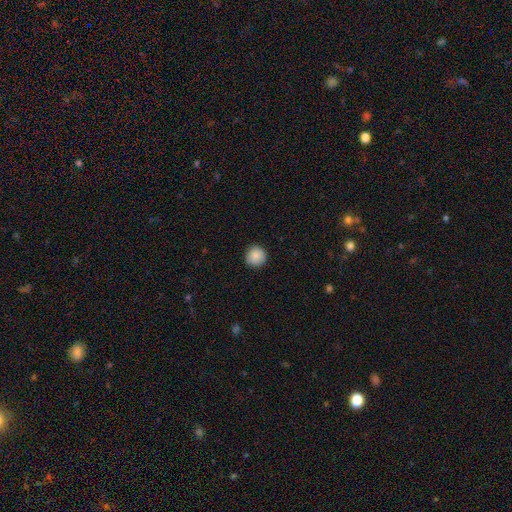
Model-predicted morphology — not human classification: Overall: smooth (89%). How rounded: round (94%). Merging: none (90%).